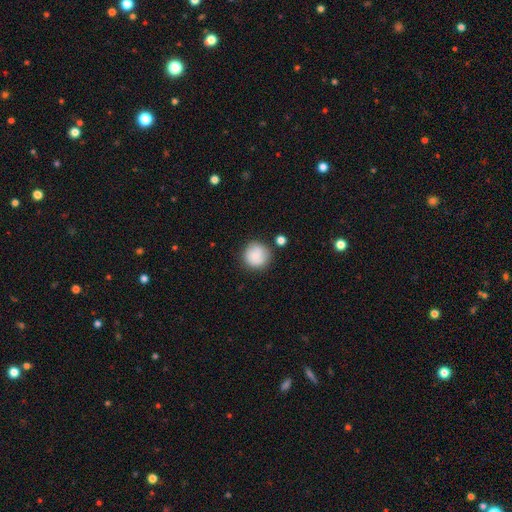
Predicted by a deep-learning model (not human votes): Smooth or featured? Predicted: smooth (p=0.81). How rounded? Predicted: round (p=0.93). Merging? Predicted: none (p=0.76).